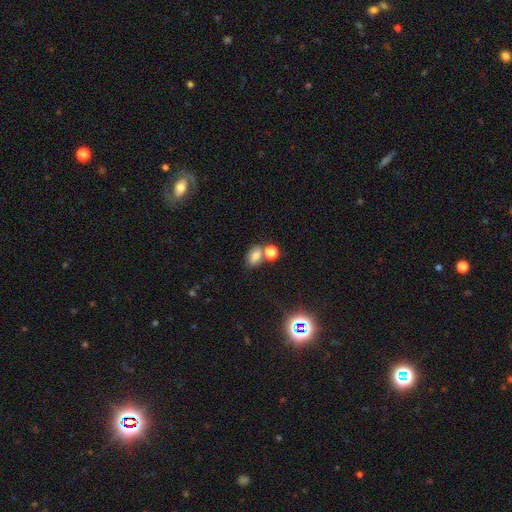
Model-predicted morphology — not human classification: Q: Smooth or featured?
A: smooth (70%); runner-up: star or artifact (16%)
Q: How rounded?
A: in between (76%); runner-up: round (22%)
Q: Merging?
A: none (51%); runner-up: merger (30%)